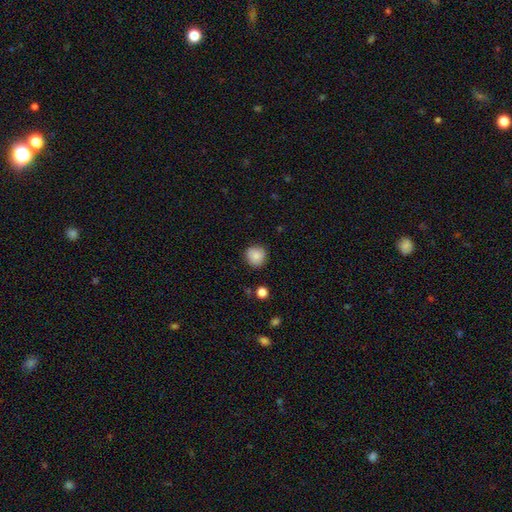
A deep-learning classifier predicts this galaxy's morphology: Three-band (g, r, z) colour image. It shows a smooth galaxy with no disk features (86%) that is round (91%). Merging: none (87%).